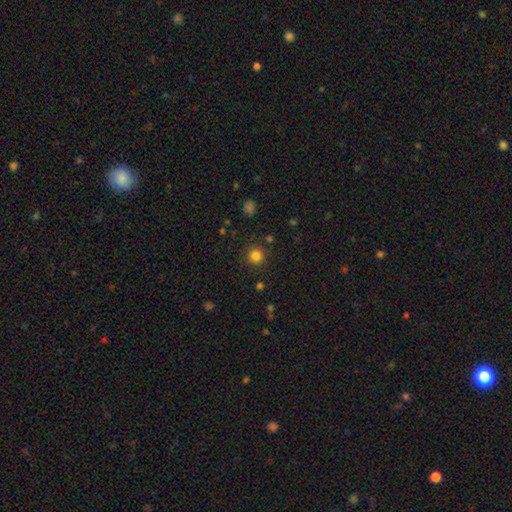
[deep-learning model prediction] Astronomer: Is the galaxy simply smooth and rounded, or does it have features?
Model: smooth — 82%.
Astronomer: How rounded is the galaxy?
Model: round — 94%.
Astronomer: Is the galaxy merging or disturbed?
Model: none — 89%.